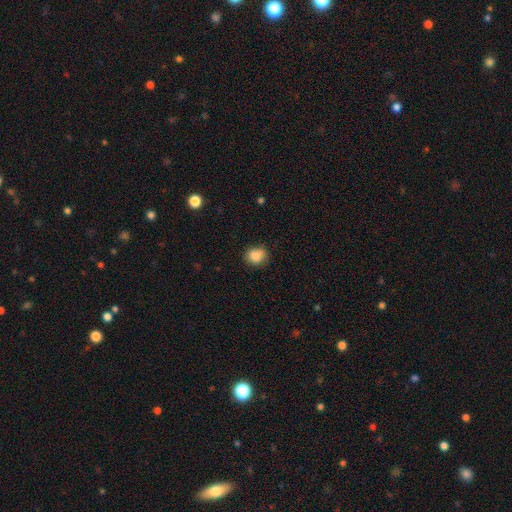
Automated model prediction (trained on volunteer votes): This appears to be a smooth galaxy with no disk features (86%) that is round (68%). Merging: none (76%).